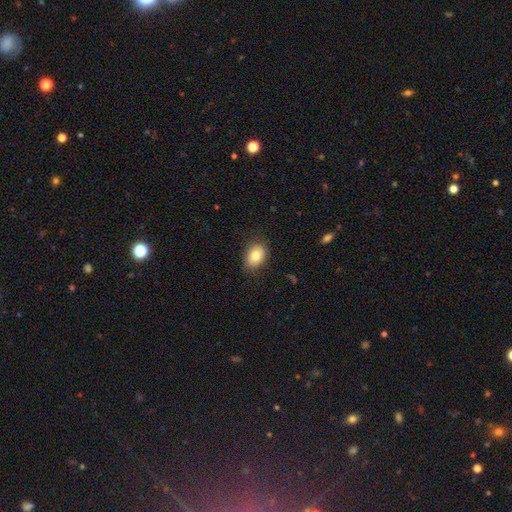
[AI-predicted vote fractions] Smooth or featured? Predicted: smooth (p=0.80). How rounded? Predicted: in between (p=0.73). Merging? Predicted: none (p=0.83).